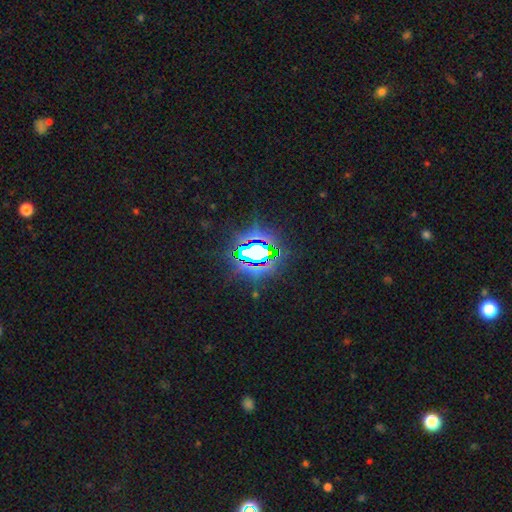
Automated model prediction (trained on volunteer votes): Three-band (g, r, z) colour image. It shows a star or artifact, not a galaxy (78%).